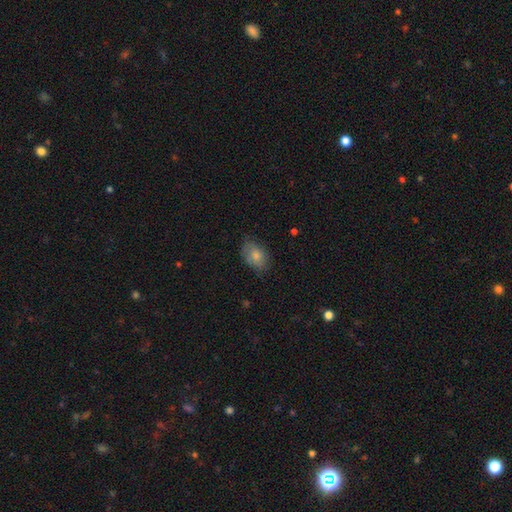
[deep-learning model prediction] Smooth or featured? Predicted: smooth (p=0.77). How rounded? Predicted: in between (p=0.85). Merging? Predicted: none (p=0.68).